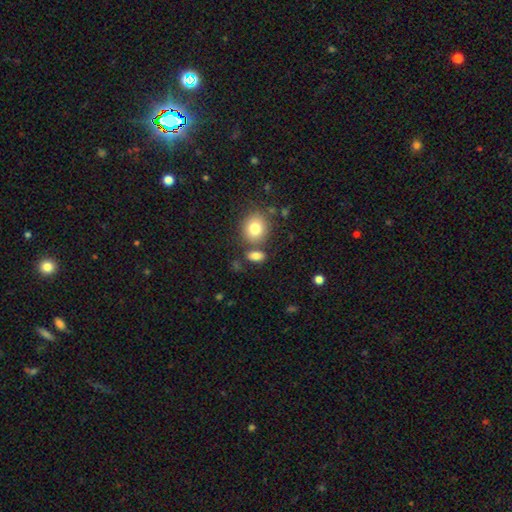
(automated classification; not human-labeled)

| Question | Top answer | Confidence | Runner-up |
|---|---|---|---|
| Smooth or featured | smooth | 82% | star or artifact (10%) |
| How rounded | in between | 72% | round (23%) |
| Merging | none | 67% | merger (17%) |